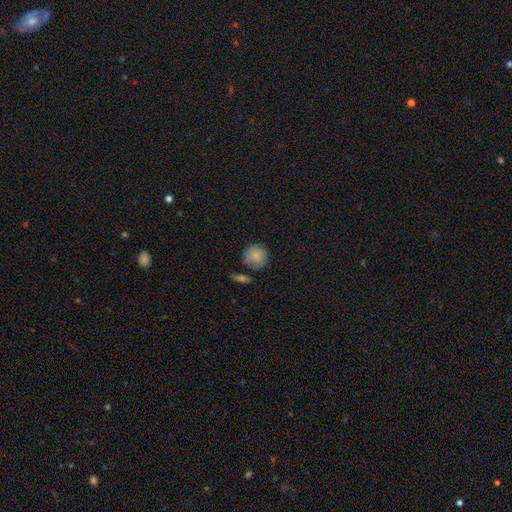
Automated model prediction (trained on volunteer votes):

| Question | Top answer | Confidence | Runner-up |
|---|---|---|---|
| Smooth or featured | smooth | 84% | featured or disk (9%) |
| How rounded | round | 89% | in between (10%) |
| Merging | none | 68% | minor disturbance (18%) |